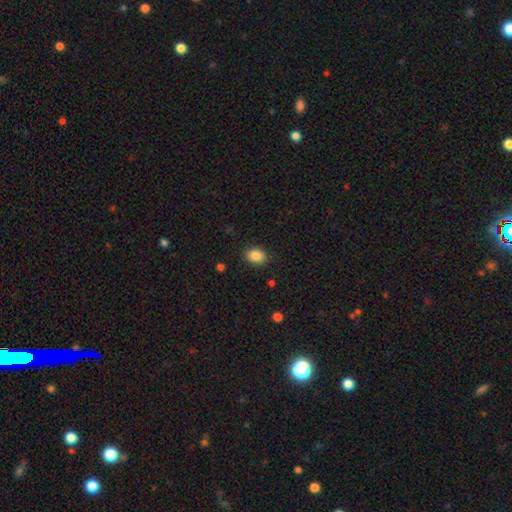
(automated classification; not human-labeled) Smooth or featured? Predicted: smooth (p=0.87). How rounded? Predicted: in between (p=0.62). Merging? Predicted: none (p=0.87).